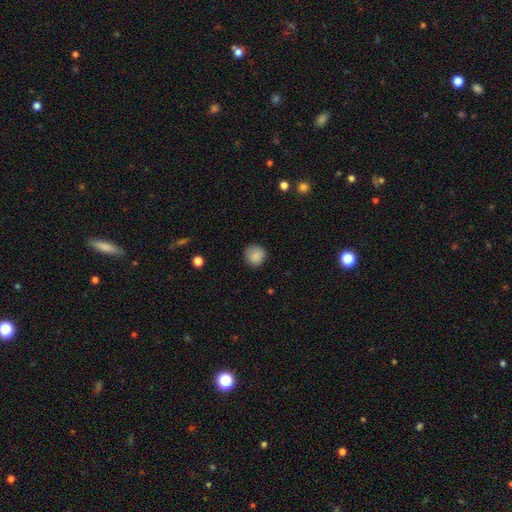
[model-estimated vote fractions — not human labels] smooth-or-featured: smooth: 87% | star or artifact: 9% | featured or disk: 4%
  how-rounded: round: 91% | in between: 8% | cigar-shaped: 1%
  merging: none: 86% | minor disturbance: 10% | major disturbance: 3% | merger: 1%